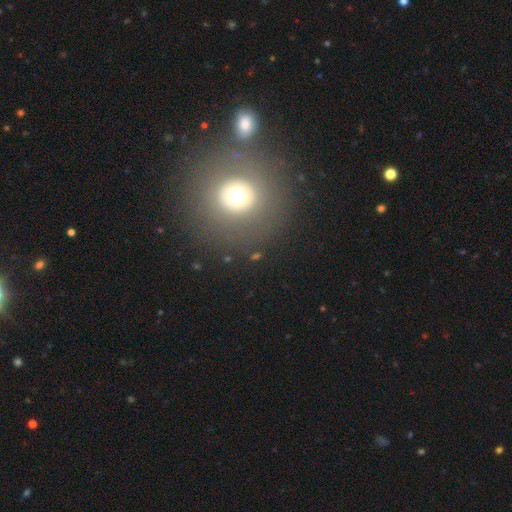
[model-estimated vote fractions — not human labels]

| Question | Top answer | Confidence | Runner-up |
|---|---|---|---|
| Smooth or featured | smooth | 49% | featured or disk (26%) |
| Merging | none | 82% | minor disturbance (9%) |